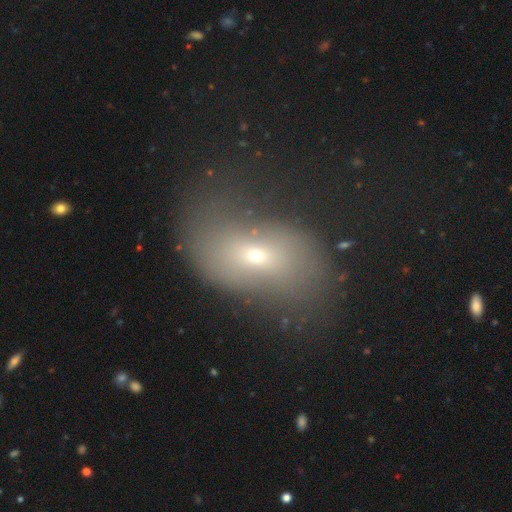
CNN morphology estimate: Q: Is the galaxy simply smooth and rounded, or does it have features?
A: smooth — 43%.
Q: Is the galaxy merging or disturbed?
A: none — 45%.